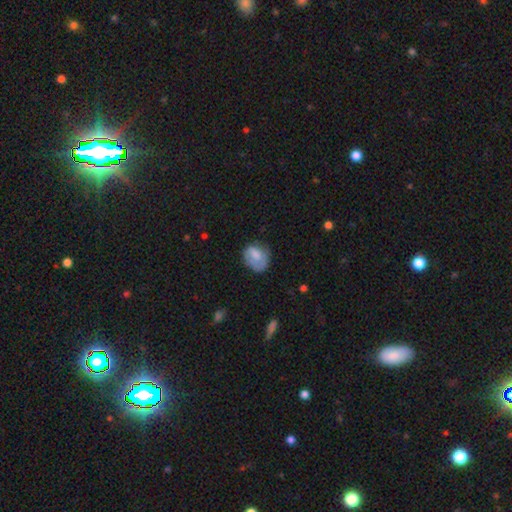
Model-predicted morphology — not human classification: A smooth galaxy with no disk features (67%) that is round (50%). Merging: none (51%).